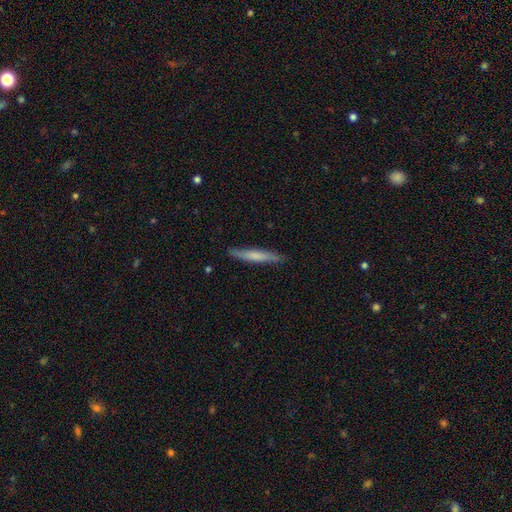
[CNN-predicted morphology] Q: Smooth or featured?
A: smooth (61%); runner-up: featured or disk (34%)
Q: How rounded?
A: cigar-shaped (94%); runner-up: in between (4%)
Q: Merging?
A: none (86%); runner-up: minor disturbance (11%)